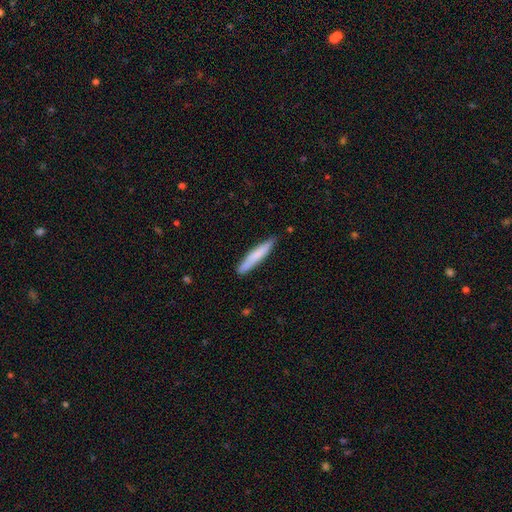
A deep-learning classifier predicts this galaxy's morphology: type=smooth (76%); roundness=cigar-shaped (93%); merging=none (85%).